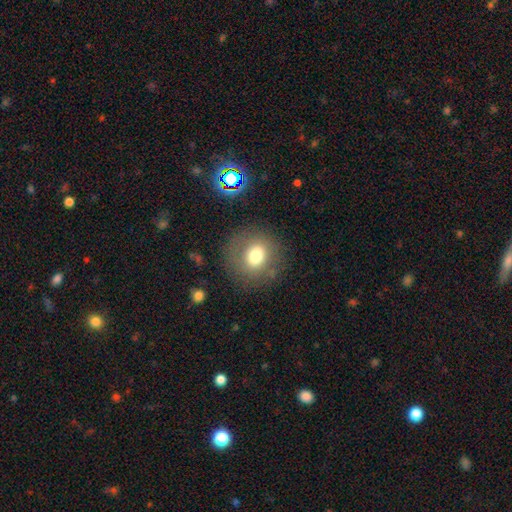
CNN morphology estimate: smooth-or-featured: smooth: 72% | featured or disk: 16% | star or artifact: 12%
  how-rounded: round: 82% | in between: 17% | cigar-shaped: 1%
  merging: none: 80% | minor disturbance: 12% | major disturbance: 6% | merger: 2%